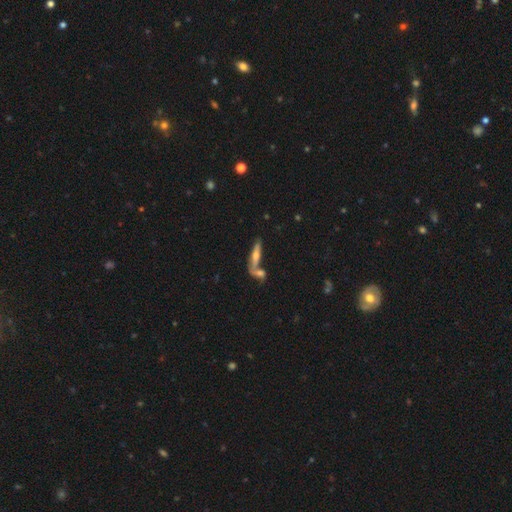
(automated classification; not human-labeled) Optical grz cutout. It shows a featured or disk galaxy (52%) viewed edge-on (83%). Merging: none (48%).